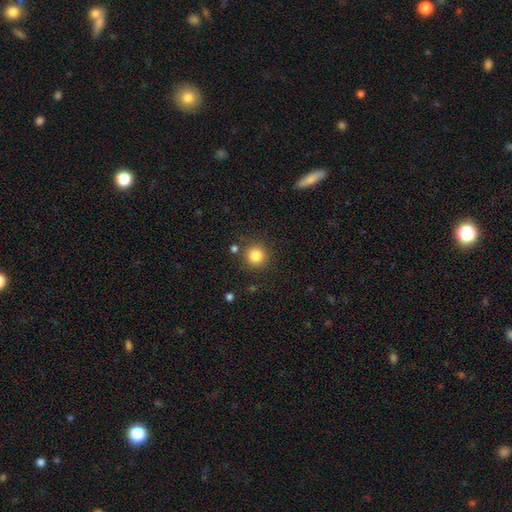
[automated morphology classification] A smooth galaxy with no disk features (83%) that is round (94%). Merging: none (86%).